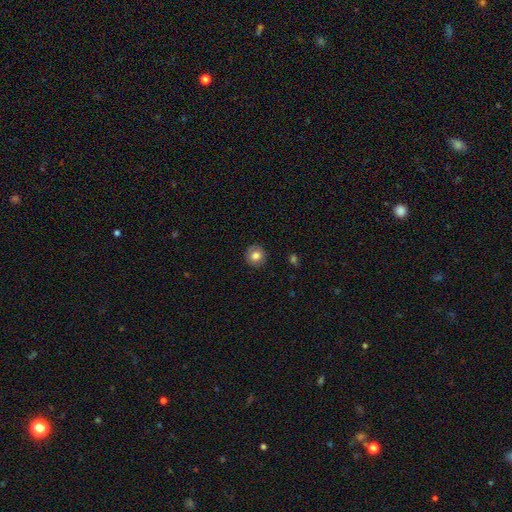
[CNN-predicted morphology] smooth 79%, featured or disk 11%, star or artifact 9%. Down the decision tree: how rounded — round (91%); merging — none (88%).